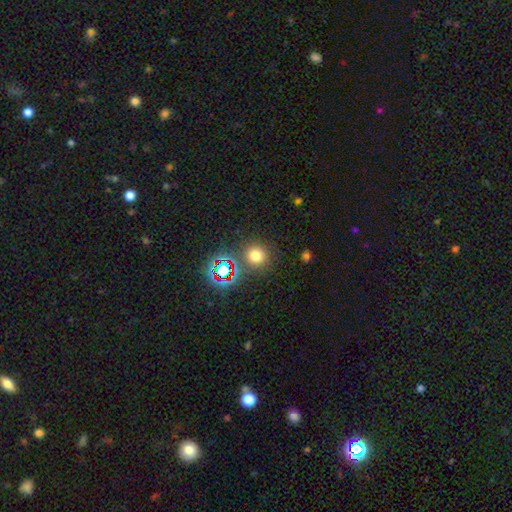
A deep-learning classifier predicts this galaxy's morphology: Smooth or featured? Predicted: smooth (p=0.68). How rounded? Predicted: round (p=0.91). Merging? Predicted: none (p=0.82).